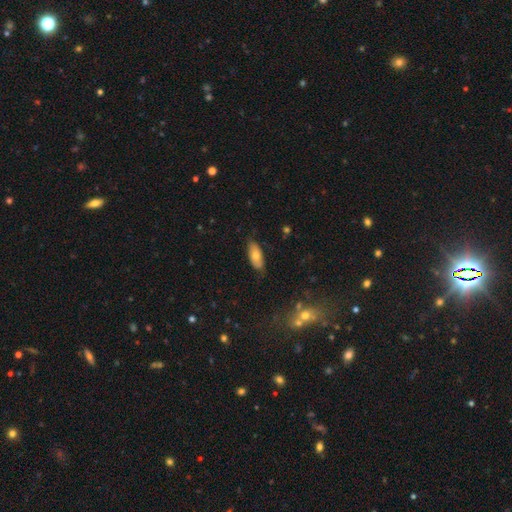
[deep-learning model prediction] smooth_or_featured: smooth (p=0.72) [alt: featured or disk p=0.21]
how_rounded: in between (p=0.85) [alt: cigar-shaped p=0.12]
merging: none (p=0.79) [alt: minor disturbance p=0.17]